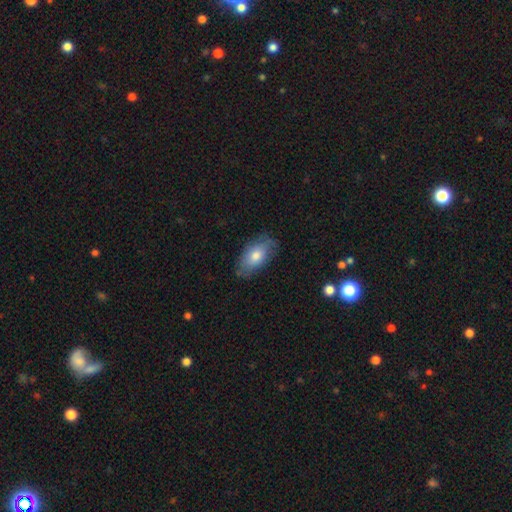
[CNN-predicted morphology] A smooth galaxy with no disk features (73%) that is in between round and cigar-shaped (92%). Merging: none (75%).